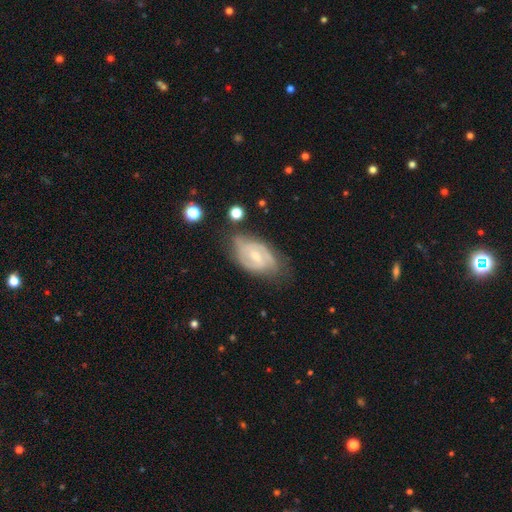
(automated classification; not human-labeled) A featured or disk galaxy (80%) with a weak bar (55%), 2 (66%) tight (45%) spiral arms (94%) and a small central bulge (56%).

Vote fractions:
- Smooth or featured? featured or disk: 80% / smooth: 14% / star or artifact: 6%
- Edge-on disk? no: 96% / yes: 4%
- Bar? weak: 55% / no: 32% / strong: 14%
- Spiral arms? yes: 94% / no: 6%
- Spiral winding? tight: 45% / medium: 43% / loose: 11%
- Spiral arm count? 2: 66% / can't tell: 16% / 3: 11% / 1: 3% / 4: 2% / more than 4: 2%
- Bulge size? small: 56% / moderate: 38% / none: 4% / large: 2% / dominant: 1%
- Merging? none: 66% / minor disturbance: 24% / major disturbance: 7% / merger: 2%